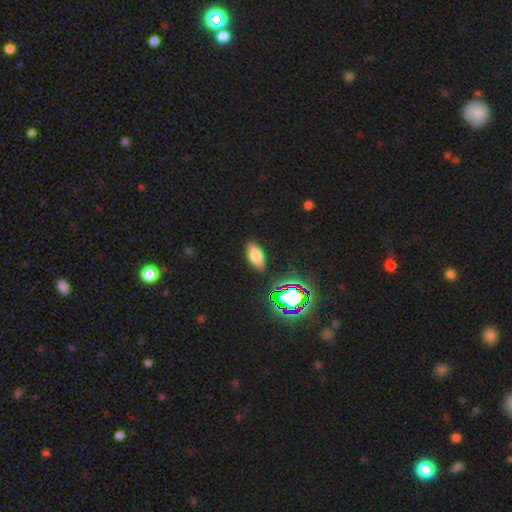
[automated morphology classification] Smooth or featured? Predicted: smooth (p=0.68). How rounded? Predicted: in between (p=0.85). Merging? Predicted: none (p=0.85).